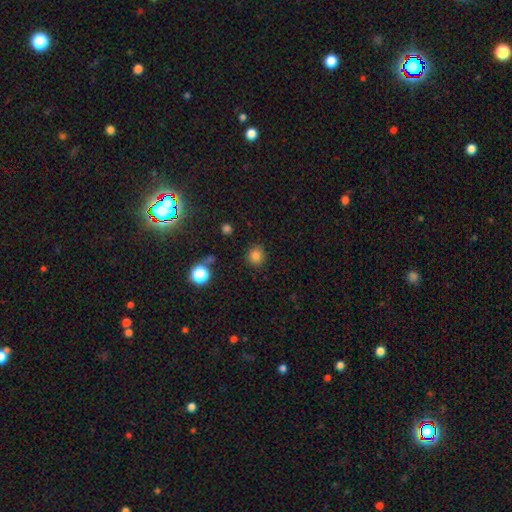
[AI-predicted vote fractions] Smooth or featured? Predicted: smooth (p=0.81). How rounded? Predicted: round (p=0.89). Merging? Predicted: none (p=0.88).